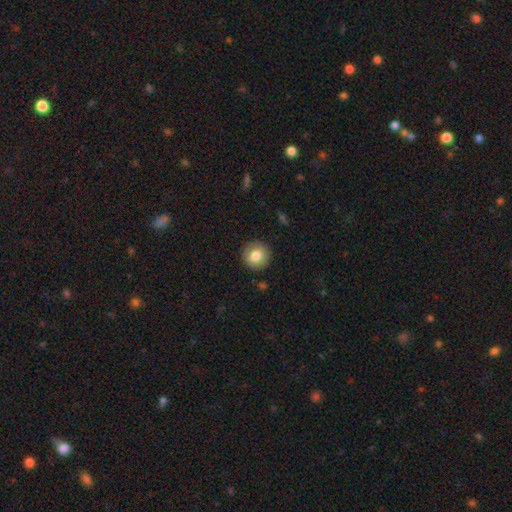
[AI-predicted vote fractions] Smooth or featured?
  - smooth: 81% *
  - featured or disk: 11%
  - star or artifact: 8%
How rounded?
  - round: 94% *
  - in between: 5%
  - cigar-shaped: 1%
Merging?
  - none: 89% *
  - minor disturbance: 8%
  - major disturbance: 2%
  - merger: 1%